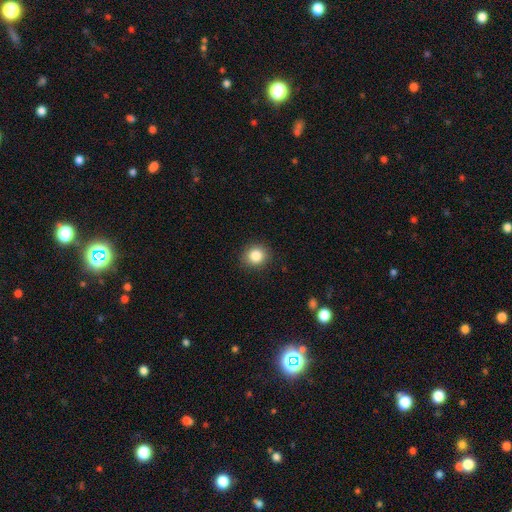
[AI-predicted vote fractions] A smooth galaxy with no disk features (85%) that is round (85%). Merging: none (90%).